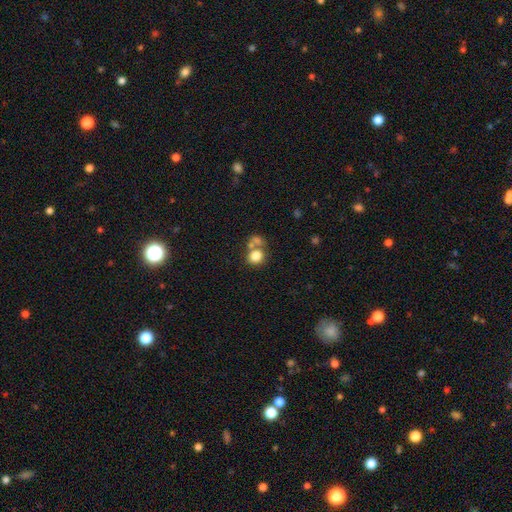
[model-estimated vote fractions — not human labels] smooth 80%, star or artifact 11%, featured or disk 9%. Down the decision tree: how rounded — round (76%); merging — none (47%).